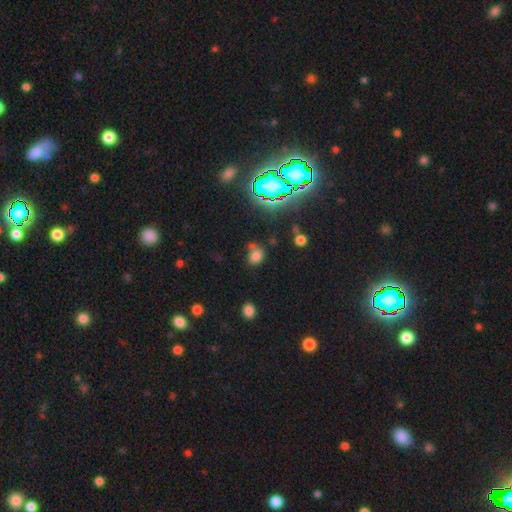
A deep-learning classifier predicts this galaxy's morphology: Q: Smooth or featured?
A: smooth (69%); runner-up: star or artifact (23%)
Q: How rounded?
A: round (51%); runner-up: in between (48%)
Q: Merging?
A: none (57%); runner-up: merger (18%)